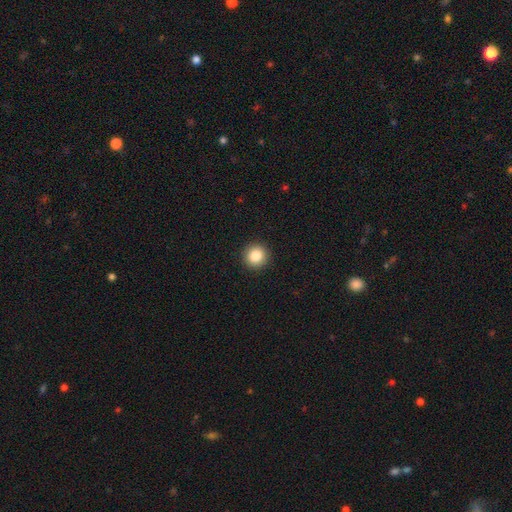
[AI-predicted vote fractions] A smooth galaxy with no disk features (85%) that is round (95%).

Vote fractions:
- Smooth or featured? smooth: 85% / star or artifact: 10% / featured or disk: 5%
- How rounded? round: 95% / in between: 4% / cigar-shaped: 1%
- Merging? none: 93% / minor disturbance: 4% / major disturbance: 2% / merger: 1%